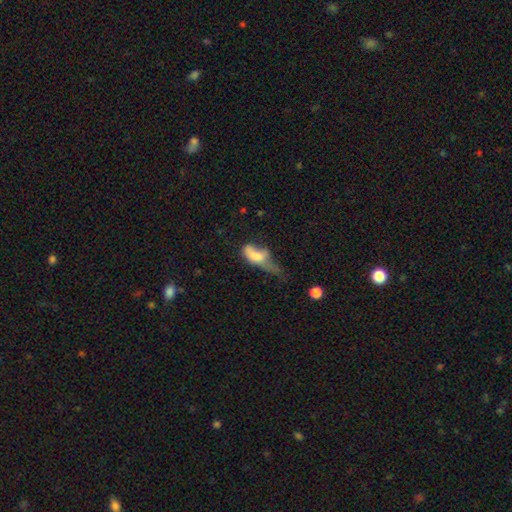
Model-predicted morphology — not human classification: Smooth or featured? smooth (62%)
How rounded? in between (80%)
Merging? major disturbance (50%)